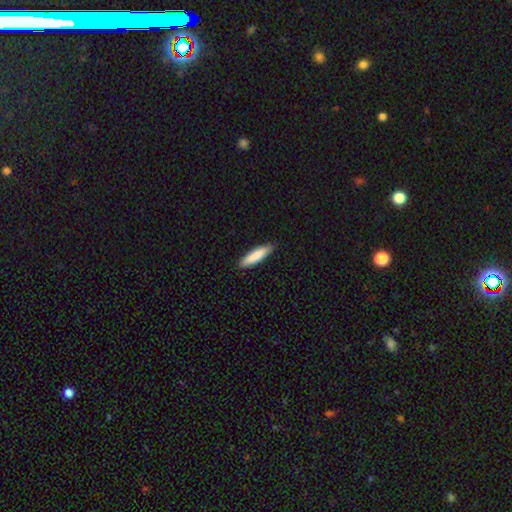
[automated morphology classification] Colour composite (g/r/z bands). It shows a smooth galaxy with no disk features (84%) that is cigar-shaped (78%). Merging: none (90%).